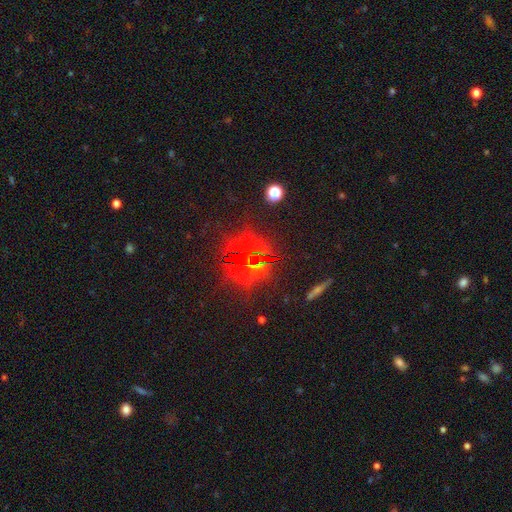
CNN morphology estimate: Smooth or featured? star or artifact (75%)